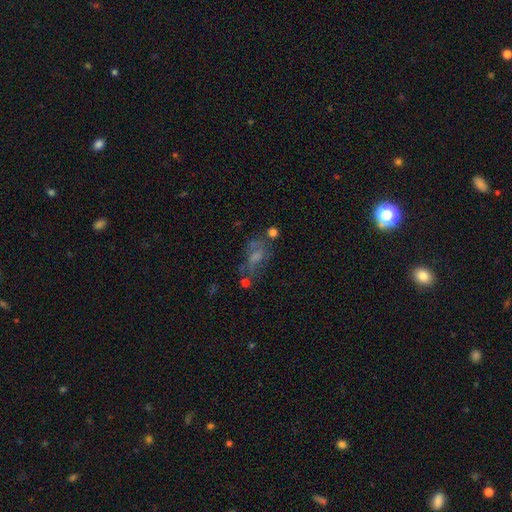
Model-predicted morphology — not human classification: A featured or disk galaxy (47%). Merging: none (43%).